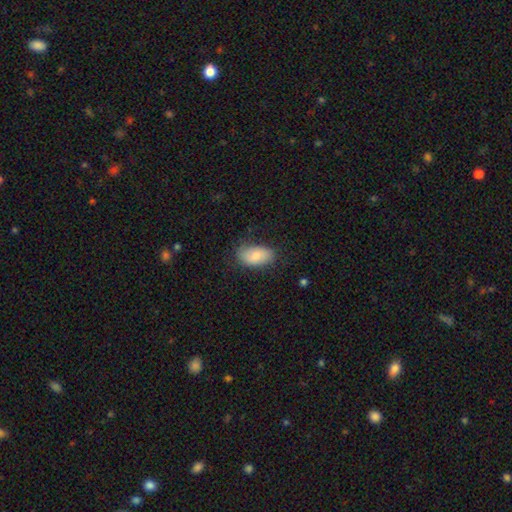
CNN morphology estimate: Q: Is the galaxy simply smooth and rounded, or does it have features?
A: smooth — 81%.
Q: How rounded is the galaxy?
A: in between — 94%.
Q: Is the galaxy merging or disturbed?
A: none — 73%.